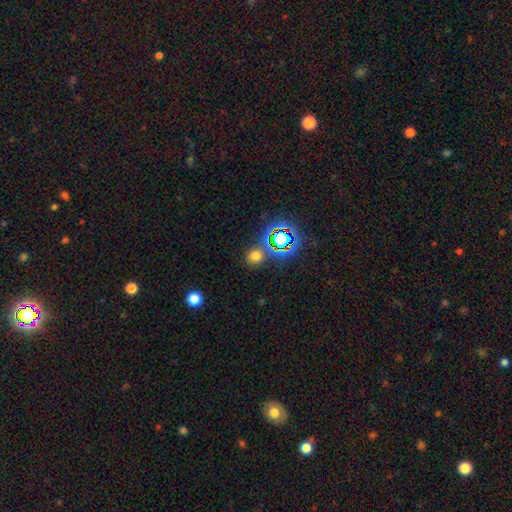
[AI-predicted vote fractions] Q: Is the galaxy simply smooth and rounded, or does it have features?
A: smooth — 62%.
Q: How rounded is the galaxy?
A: round — 79%.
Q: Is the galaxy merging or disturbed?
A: none — 76%.